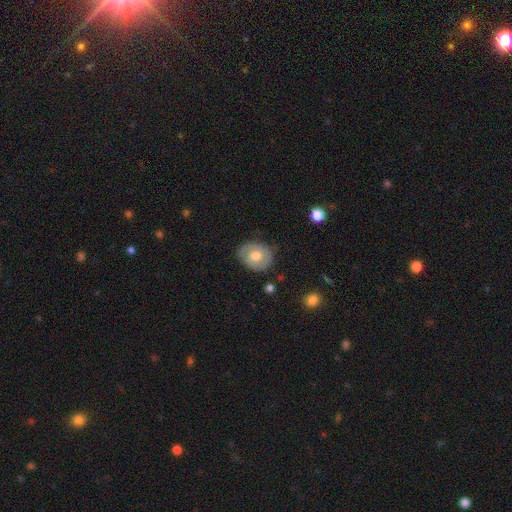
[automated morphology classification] smooth 47%, featured or disk 46%, star or artifact 6%. Down the decision tree: merging — none (78%).